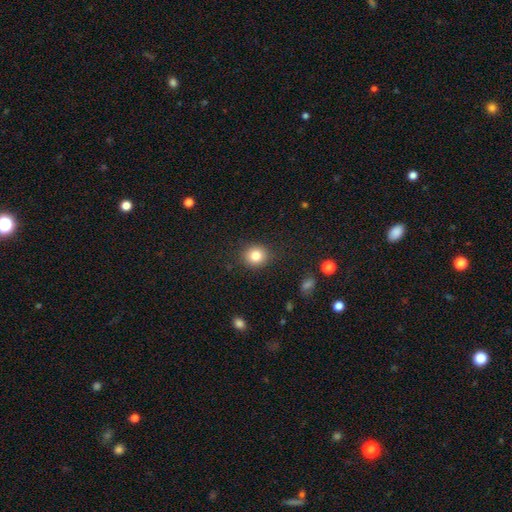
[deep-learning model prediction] Overall: smooth (83%). How rounded: round (81%). Merging: none (88%).